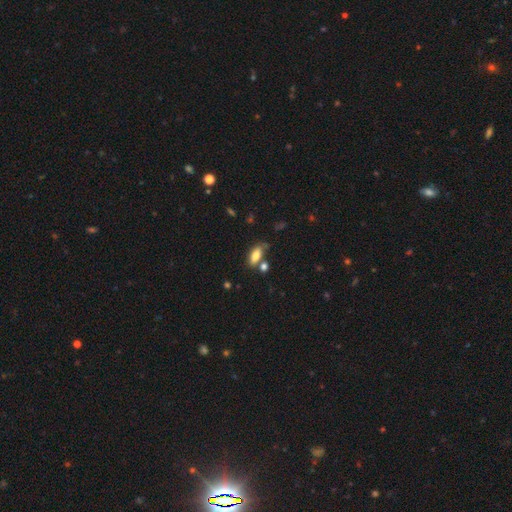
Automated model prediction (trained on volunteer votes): smooth 77%, featured or disk 15%, star or artifact 8%. Down the decision tree: how rounded — in between (79%); merging — none (59%).